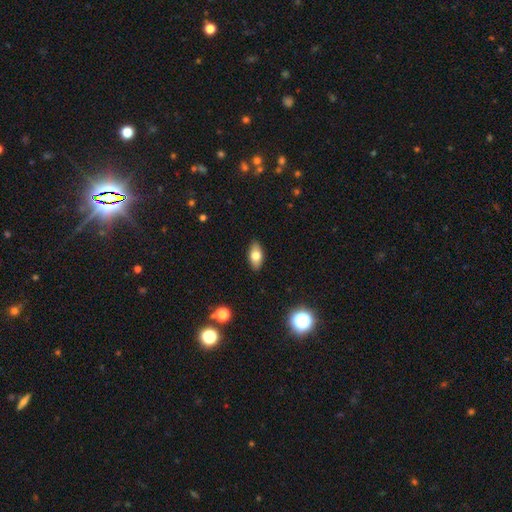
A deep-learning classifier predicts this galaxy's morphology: Smooth or featured: smooth — 75% (featured or disk — 17%)
How rounded: in between — 89% (cigar-shaped — 6%)
Merging: none — 89% (minor disturbance — 9%)